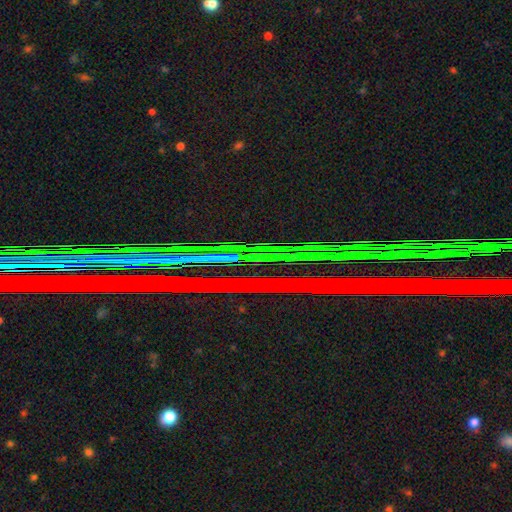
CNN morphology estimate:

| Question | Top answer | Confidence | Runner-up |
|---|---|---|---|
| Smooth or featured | star or artifact | 84% | featured or disk (10%) |